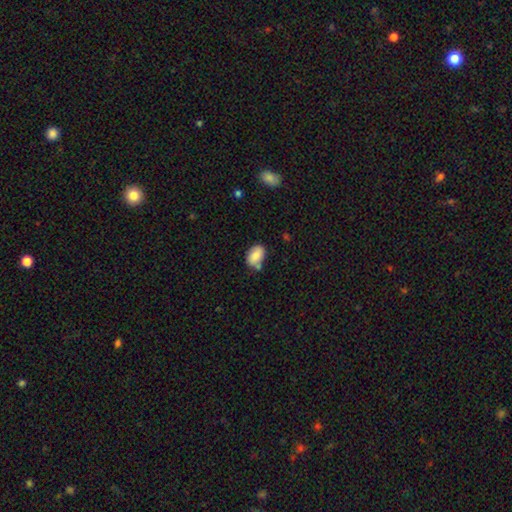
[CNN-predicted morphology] Smooth or featured?
  - smooth: 80% *
  - featured or disk: 13%
  - star or artifact: 8%
How rounded?
  - in between: 82% *
  - round: 17%
  - cigar-shaped: 1%
Merging?
  - none: 57% *
  - minor disturbance: 25%
  - merger: 12%
  - major disturbance: 5%